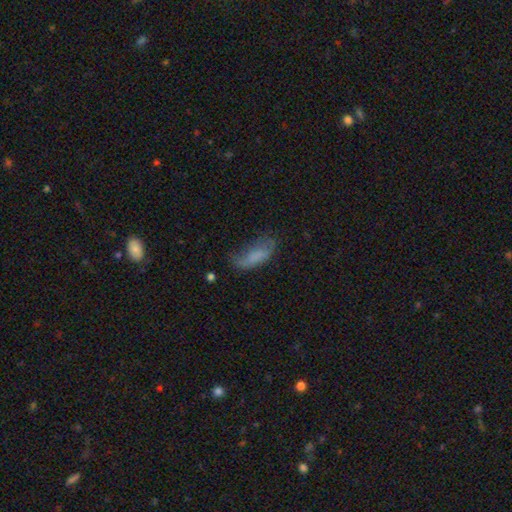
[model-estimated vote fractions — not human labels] Smooth or featured?
  - smooth: 68% *
  - featured or disk: 23%
  - star or artifact: 9%
How rounded?
  - in between: 73% *
  - cigar-shaped: 25%
  - round: 2%
Merging?
  - none: 40% *
  - minor disturbance: 33%
  - major disturbance: 24%
  - merger: 3%